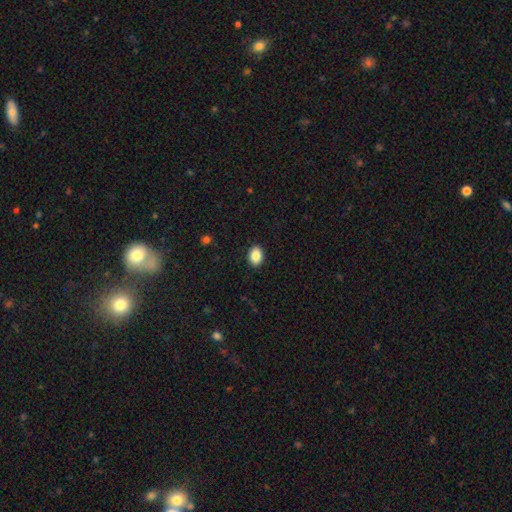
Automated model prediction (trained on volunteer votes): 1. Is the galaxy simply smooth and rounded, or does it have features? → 87% smooth, 8% star or artifact, 5% featured or disk.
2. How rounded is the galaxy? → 75% in between, 24% round, 1% cigar-shaped.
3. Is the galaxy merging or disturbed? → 90% none, 7% minor disturbance, 2% major disturbance, 1% merger.